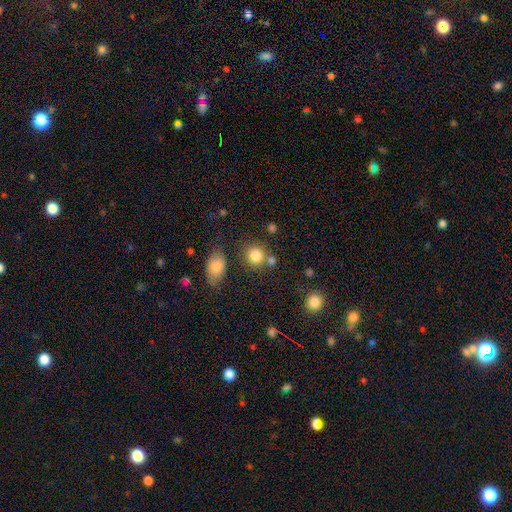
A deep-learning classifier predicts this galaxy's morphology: A smooth galaxy with no disk features (83%) that is round (82%).

Vote fractions:
- Smooth or featured? smooth: 83% / star or artifact: 11% / featured or disk: 7%
- How rounded? round: 82% / in between: 17% / cigar-shaped: 1%
- Merging? none: 68% / merger: 16% / minor disturbance: 11% / major disturbance: 4%